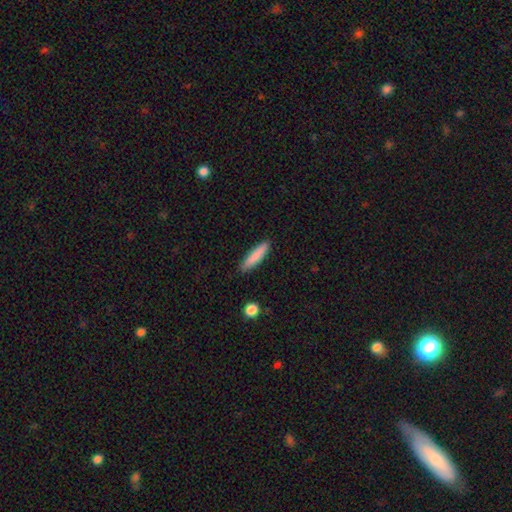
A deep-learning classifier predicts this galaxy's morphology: The model was most divided on "how rounded": cigar-shaped: 83%, in between: 16%, round: 1%. More confident: merging — none (89%); smooth or featured — smooth (83%).